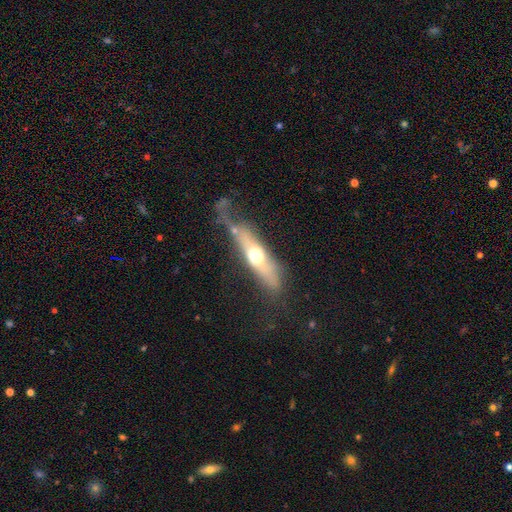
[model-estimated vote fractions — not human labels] This is possibly a featured or disk galaxy (48%). Merging: marginally none (40%).